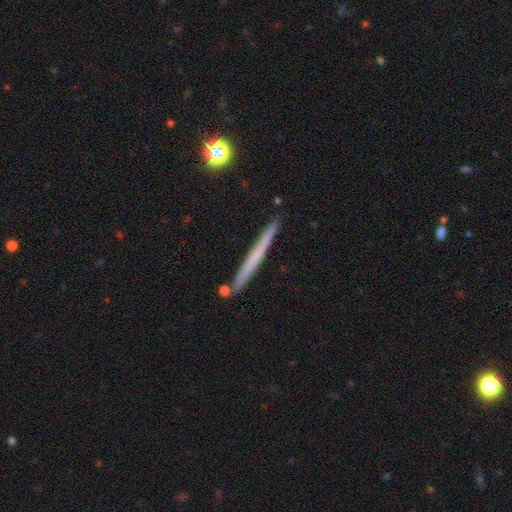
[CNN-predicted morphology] Smooth or featured? Predicted: smooth (p=0.47). Merging? Predicted: none (p=0.88).